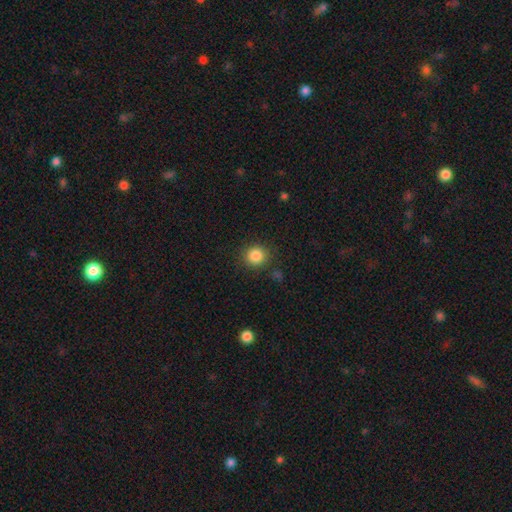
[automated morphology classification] smooth 85%, star or artifact 11%, featured or disk 4%. Down the decision tree: how rounded — round (91%); merging — none (87%).